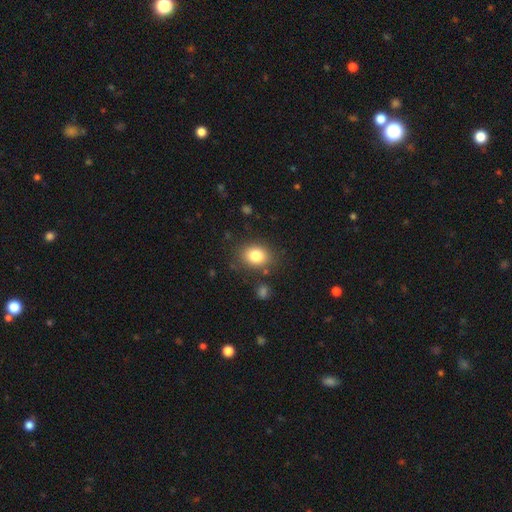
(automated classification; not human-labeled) Smooth or featured: smooth — 82% (star or artifact — 10%)
How rounded: in between — 53% (round — 46%)
Merging: none — 81% (minor disturbance — 11%)